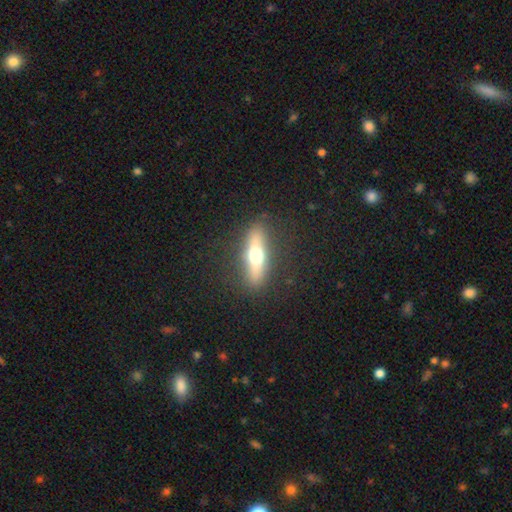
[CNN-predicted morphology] A smooth galaxy with no disk features (47%).

Vote fractions:
- Smooth or featured? smooth: 47% / featured or disk: 45% / star or artifact: 8%
- Merging? none: 86% / minor disturbance: 9% / major disturbance: 4% / merger: 1%